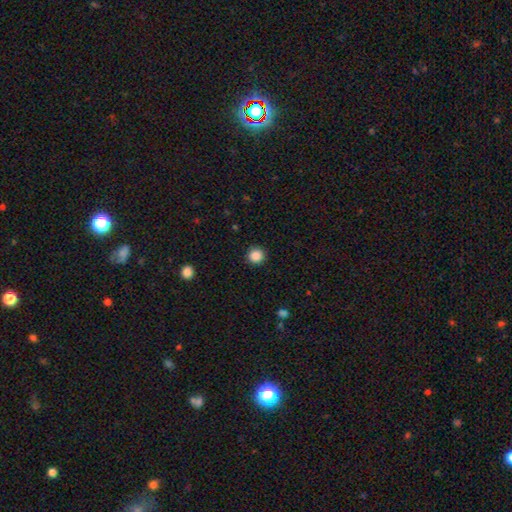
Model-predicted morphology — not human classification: Smooth or featured? smooth (87%)
How rounded? round (95%)
Merging? none (92%)